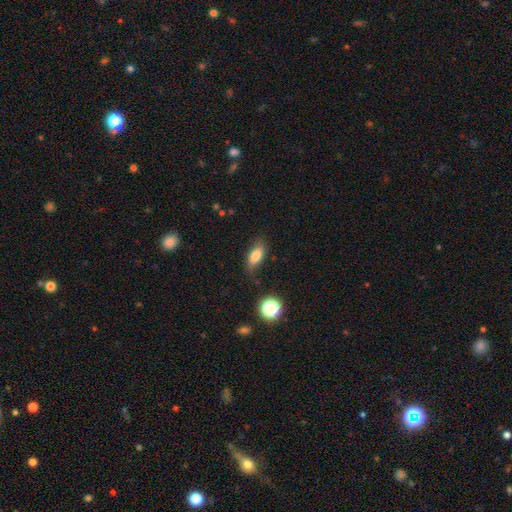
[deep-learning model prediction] smooth_or_featured: smooth (p=0.77) [alt: featured or disk p=0.13]
how_rounded: in between (p=0.79) [alt: cigar-shaped p=0.15]
merging: none (p=0.76) [alt: minor disturbance p=0.17]